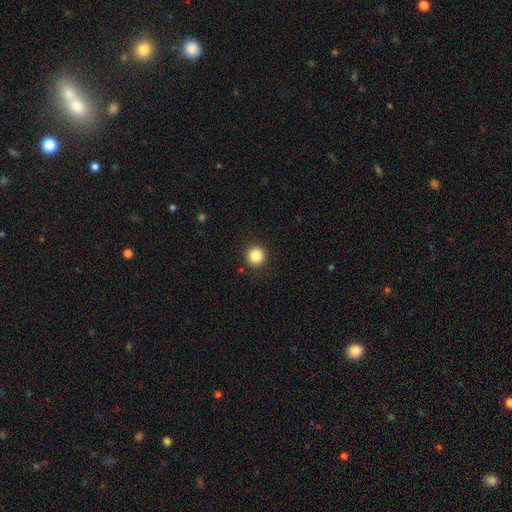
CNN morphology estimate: This appears to be a smooth galaxy with no disk features (86%) that is round (95%). Merging: none (91%).